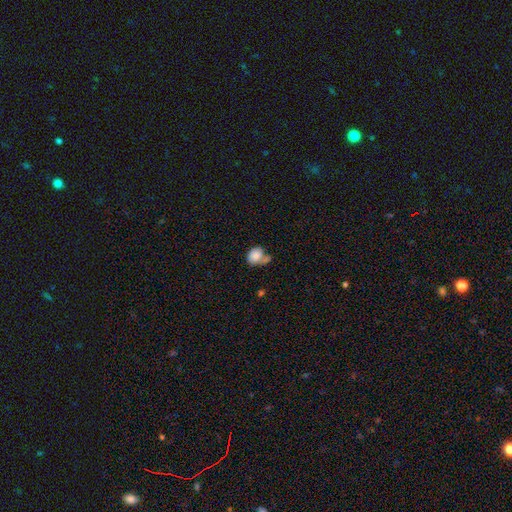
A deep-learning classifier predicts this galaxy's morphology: The model was most divided on "merging": none: 34%, merger: 28%, minor disturbance: 23%, major disturbance: 15%. More confident: smooth or featured — smooth (81%); how rounded — round (52%).